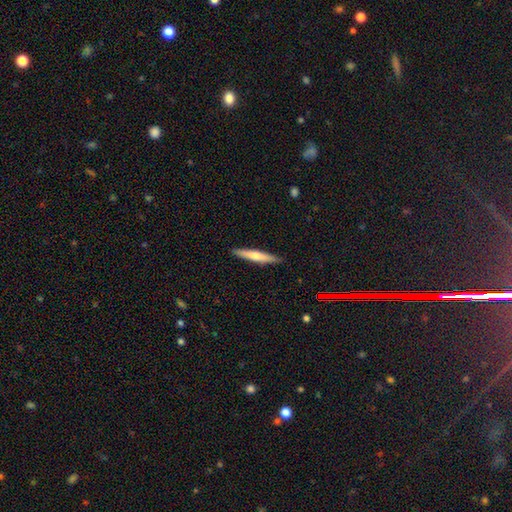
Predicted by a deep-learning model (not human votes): smooth 56%, featured or disk 38%, star or artifact 5%. Down the decision tree: how rounded — cigar-shaped (93%); merging — none (90%).